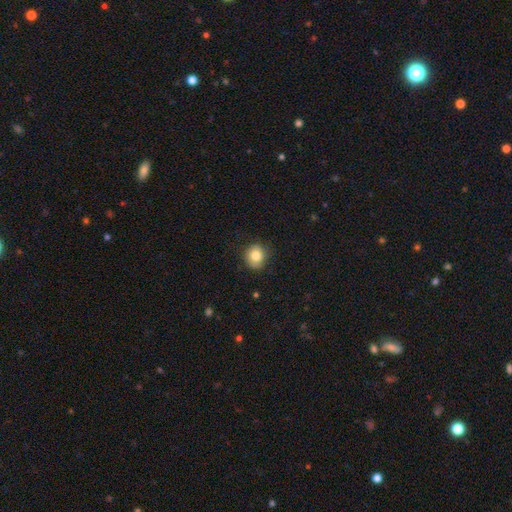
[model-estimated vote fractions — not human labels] A smooth galaxy with no disk features (82%) that is round (81%). Merging: none (81%).